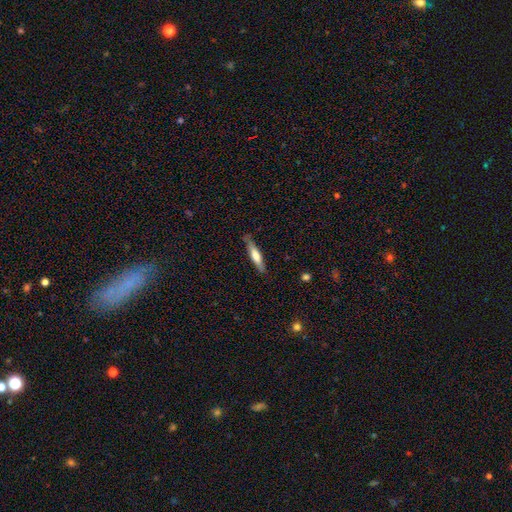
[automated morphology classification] smooth_or_featured: smooth (p=0.55) [alt: featured or disk p=0.40]
how_rounded: cigar-shaped (p=0.85) [alt: in between p=0.13]
merging: none (p=0.81) [alt: minor disturbance p=0.15]